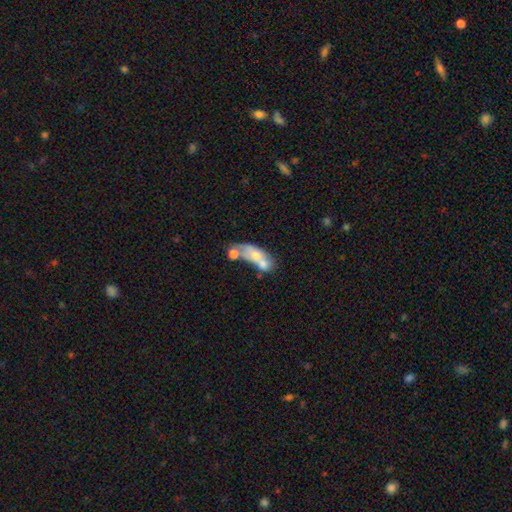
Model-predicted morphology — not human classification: Smooth or featured? Predicted: smooth (p=0.48). Merging? Predicted: merger (p=0.57).